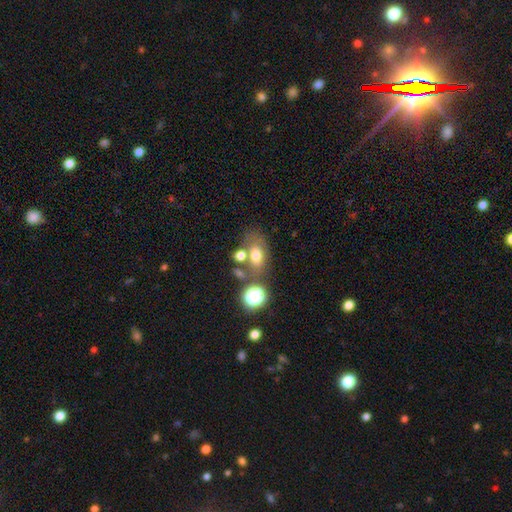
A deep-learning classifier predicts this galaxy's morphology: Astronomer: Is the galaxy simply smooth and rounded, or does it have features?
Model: smooth — 66%.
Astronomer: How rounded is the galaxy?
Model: in between — 76%.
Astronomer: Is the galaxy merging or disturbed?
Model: none — 48% (runner-up: merger, 28%).